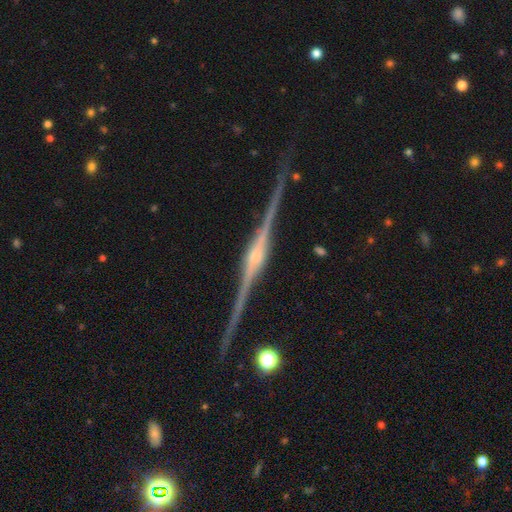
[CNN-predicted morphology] Smooth or featured?
  - featured or disk: 91% *
  - star or artifact: 5%
  - smooth: 4%
Edge-on disk?
  - yes: 98% *
  - no: 2%
Edge-on bulge?
  - rounded: 80% *
  - boxy: 16%
  - none: 4%
Merging?
  - none: 89% *
  - minor disturbance: 8%
  - major disturbance: 2%
  - merger: 1%